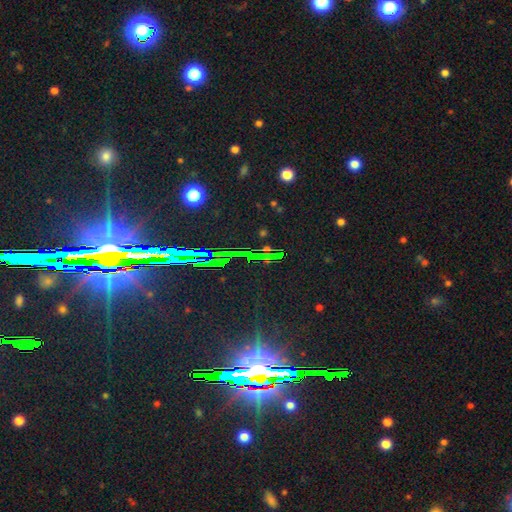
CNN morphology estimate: Q: Smooth or featured?
A: star or artifact (83%); runner-up: featured or disk (9%)